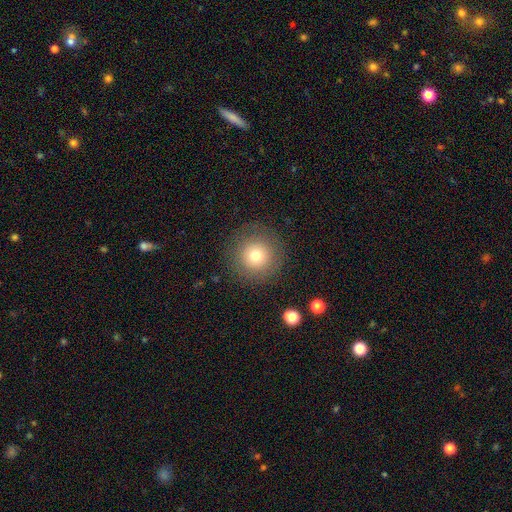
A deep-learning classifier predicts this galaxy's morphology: This is likely a smooth galaxy (75%). How rounded: clearly round (96%). Merging: clearly none (87%).